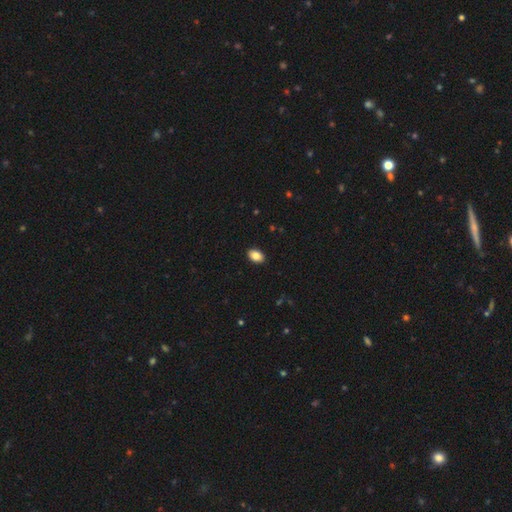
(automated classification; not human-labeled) This appears to be a smooth galaxy with no disk features (86%) that is in between round and cigar-shaped (87%). Merging: none (91%).